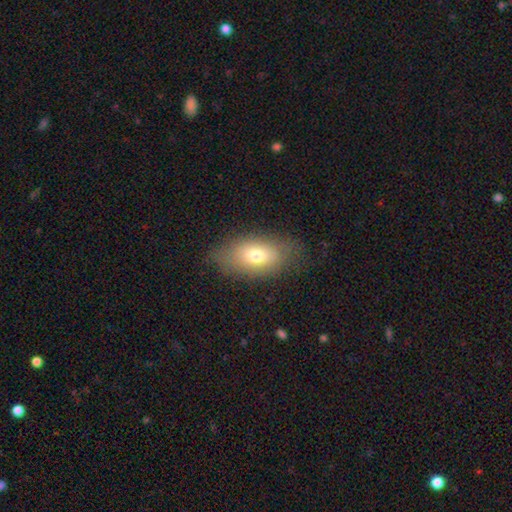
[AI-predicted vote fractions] A smooth galaxy with no disk features (72%) that is in between round and cigar-shaped (89%).

Vote fractions:
- Smooth or featured? smooth: 72% / featured or disk: 19% / star or artifact: 9%
- How rounded? in between: 89% / round: 8% / cigar-shaped: 3%
- Merging? none: 77% / minor disturbance: 17% / major disturbance: 6% / merger: 1%